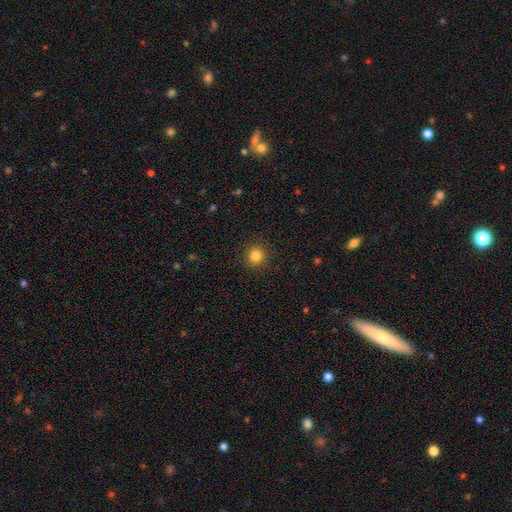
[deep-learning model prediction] smooth_or_featured: smooth (p=0.83) [alt: star or artifact p=0.12]
how_rounded: round (p=0.94) [alt: in between p=0.05]
merging: none (p=0.92) [alt: minor disturbance p=0.05]